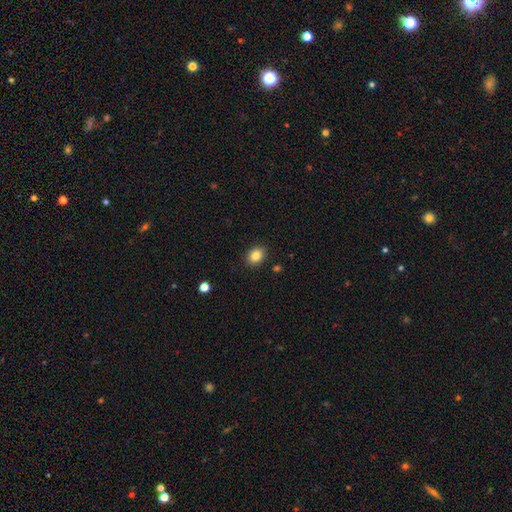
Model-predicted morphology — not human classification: A smooth galaxy with no disk features (84%) that is in between round and cigar-shaped (51%).

Vote fractions:
- Smooth or featured? smooth: 84% / star or artifact: 10% / featured or disk: 6%
- How rounded? in between: 51% / round: 48% / cigar-shaped: 1%
- Merging? none: 89% / minor disturbance: 7% / major disturbance: 2% / merger: 1%